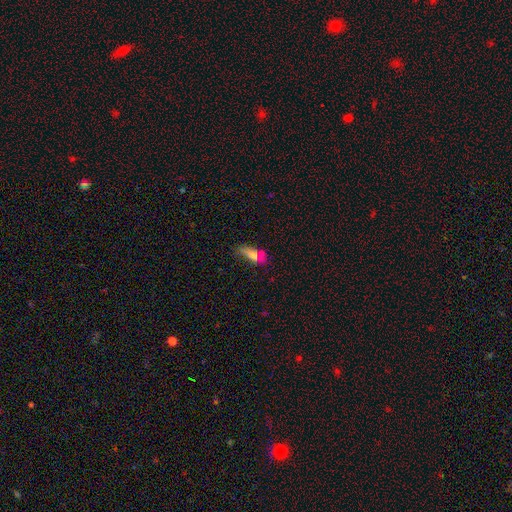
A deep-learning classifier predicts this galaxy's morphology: Overall: smooth (64%). How rounded: in between (58%; cigar-shaped 38%). Merging: none (54%; minor disturbance 24%).